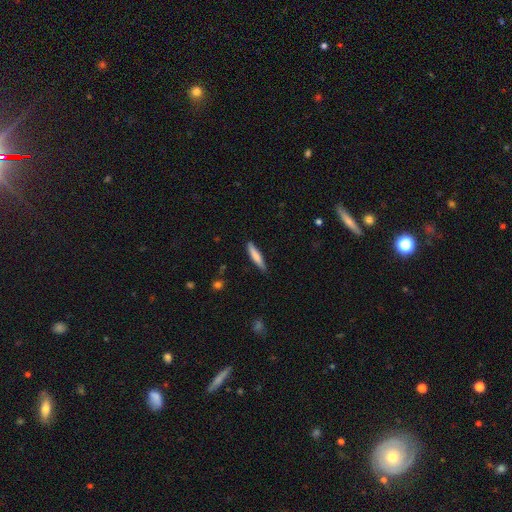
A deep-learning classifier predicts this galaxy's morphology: A smooth galaxy with no disk features (75%) that is cigar-shaped (88%).

Vote fractions:
- Smooth or featured? smooth: 75% / featured or disk: 19% / star or artifact: 6%
- How rounded? cigar-shaped: 88% / in between: 11% / round: 1%
- Merging? none: 82% / minor disturbance: 14% / major disturbance: 2% / merger: 1%